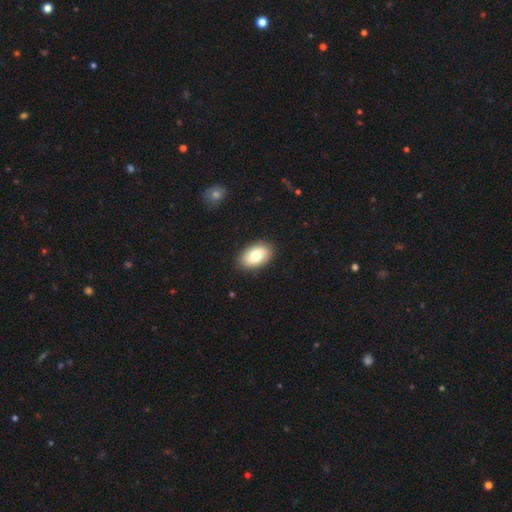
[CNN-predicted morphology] Smooth or featured? smooth (78%)
How rounded? in between (91%)
Merging? none (89%)